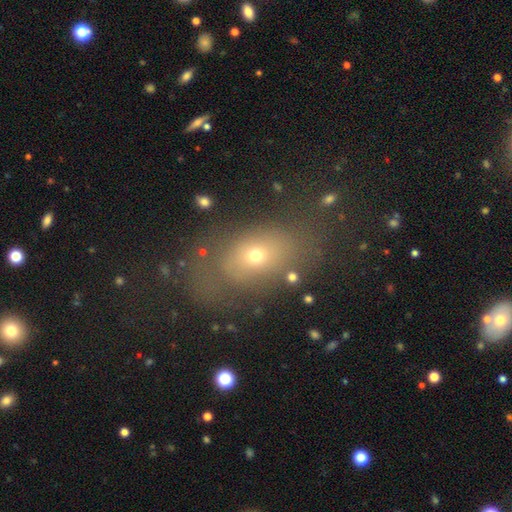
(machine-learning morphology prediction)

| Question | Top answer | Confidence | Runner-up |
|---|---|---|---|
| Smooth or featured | smooth | 60% | featured or disk (21%) |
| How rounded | in between | 72% | round (26%) |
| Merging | none | 67% | minor disturbance (17%) |